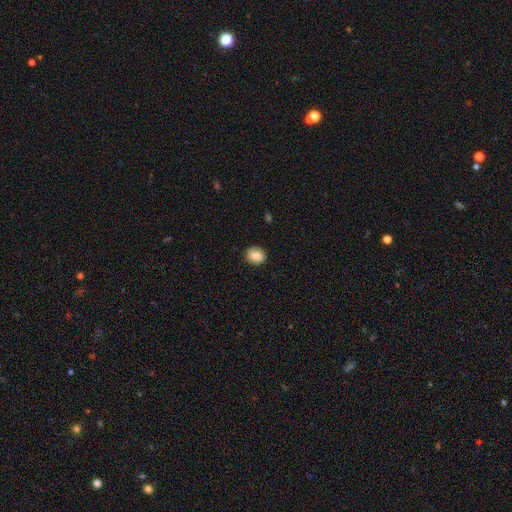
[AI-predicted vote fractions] This is clearly a smooth galaxy (82%). How rounded: likely round (69%). Merging: clearly none (88%).